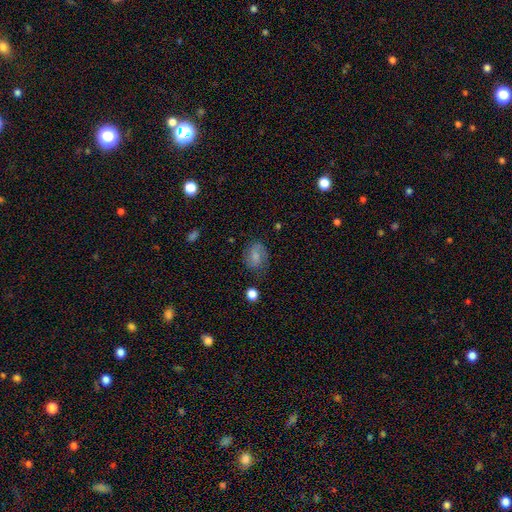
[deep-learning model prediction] Smooth or featured: smooth — 62% (featured or disk — 28%)
How rounded: in between — 60% (round — 38%)
Merging: none — 69% (minor disturbance — 21%)